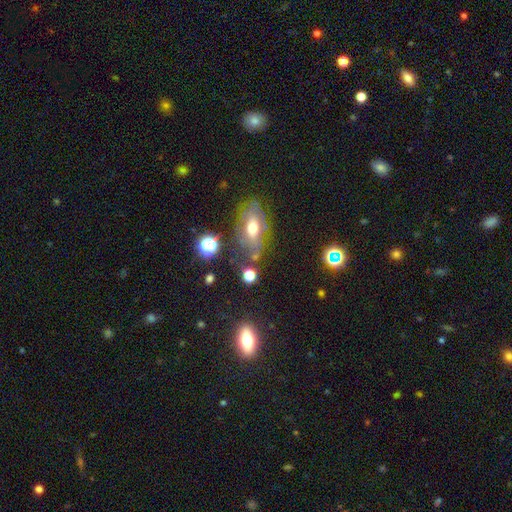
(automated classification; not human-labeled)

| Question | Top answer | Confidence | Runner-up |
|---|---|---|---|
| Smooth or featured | featured or disk | 51% | smooth (31%) |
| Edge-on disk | no | 80% | yes (20%) |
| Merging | none | 62% | minor disturbance (22%) |